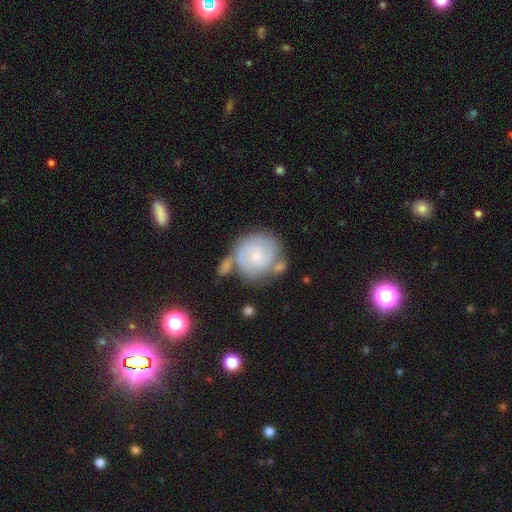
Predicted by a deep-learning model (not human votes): smooth-or-featured: featured or disk: 63% | smooth: 30% | star or artifact: 6%
  disk-edge-on: no: 98% | yes: 2%
    bar: no: 73% | weak: 24% | strong: 4%
    has-spiral-arms: yes: 86% | no: 14%
      spiral-winding: tight: 63% | medium: 29% | loose: 8%
      spiral-arm-count: 2: 36% | can't tell: 32% | 3: 19% | 4: 5% | 1: 5% | more than 4: 4%
    bulge-size: small: 70% | moderate: 25% | none: 2% | large: 1% | dominant: 1%
  merging: none: 53% | merger: 20% | minor disturbance: 19% | major disturbance: 8%